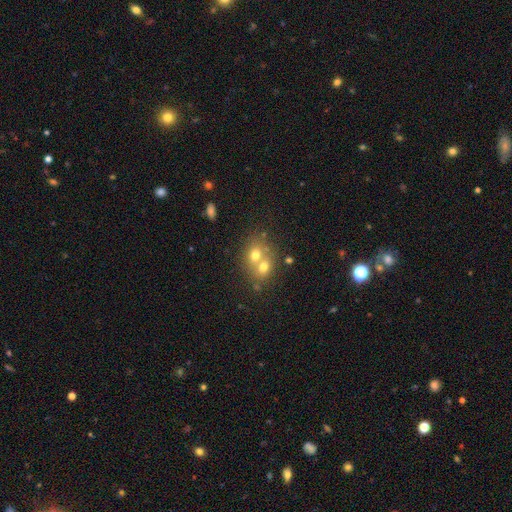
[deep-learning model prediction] Smooth or featured: smooth — 61% (featured or disk — 24%)
How rounded: round — 62% (in between — 37%)
Merging: merger — 63% (none — 28%)